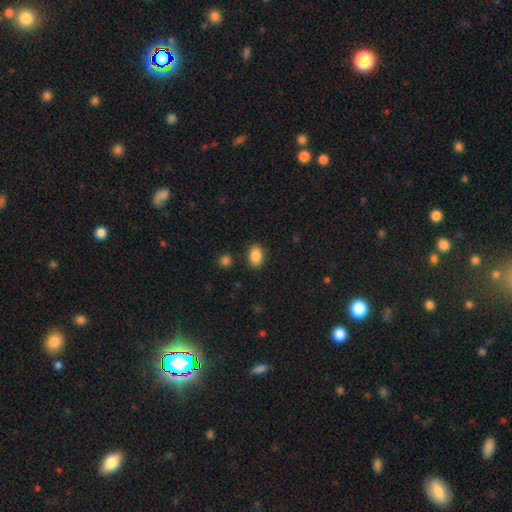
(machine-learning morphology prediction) Smooth or featured: smooth — 87% (star or artifact — 8%)
How rounded: in between — 85% (round — 14%)
Merging: none — 86% (minor disturbance — 9%)